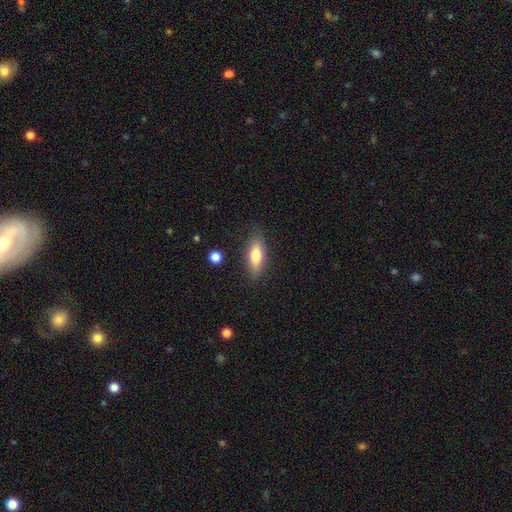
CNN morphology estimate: This is likely a smooth galaxy (74%). How rounded: likely in between (67%). Merging: clearly none (84%).